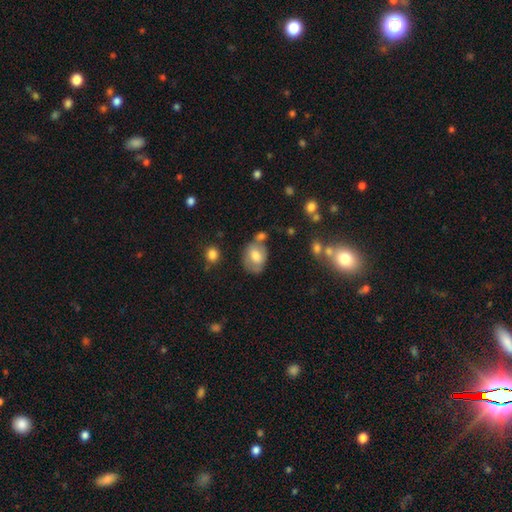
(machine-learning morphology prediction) smooth 65%, featured or disk 27%, star or artifact 8%. Down the decision tree: how rounded — in between (66%); merging — none (55%).